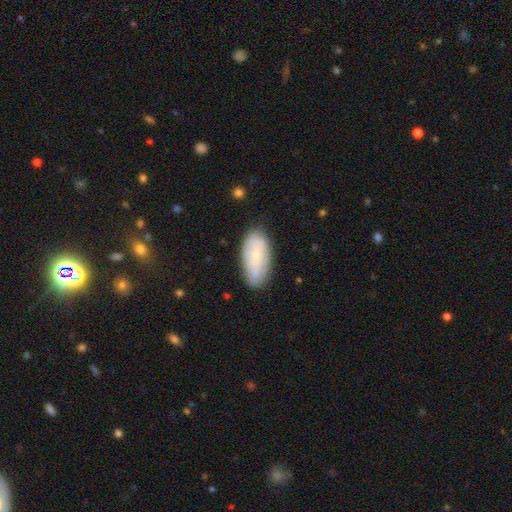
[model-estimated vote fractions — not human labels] smooth 59%, featured or disk 34%, star or artifact 7%. Down the decision tree: how rounded — in between (91%); merging — none (75%).